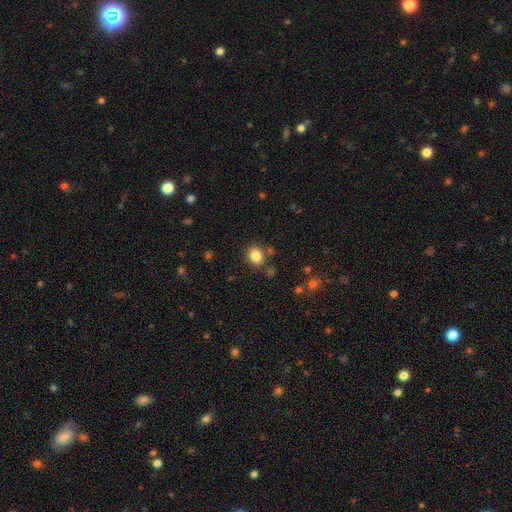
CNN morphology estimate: smooth 84%, star or artifact 10%, featured or disk 5%. Down the decision tree: how rounded — round (56%); merging — none (82%).